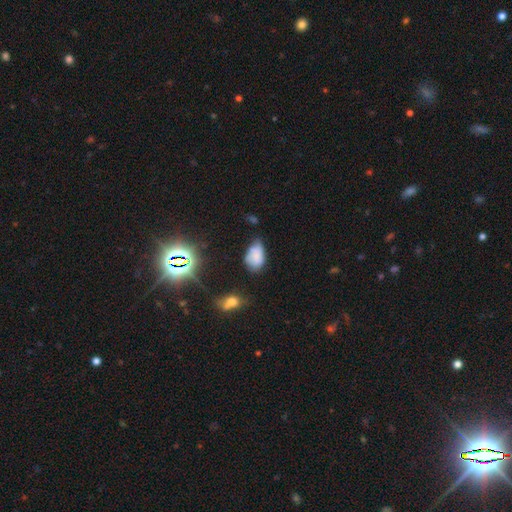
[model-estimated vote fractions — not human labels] The model was most divided on "merging": minor disturbance: 42%, none: 37%, major disturbance: 14%, merger: 7%. More confident: how rounded — in between (88%); smooth or featured — smooth (69%).